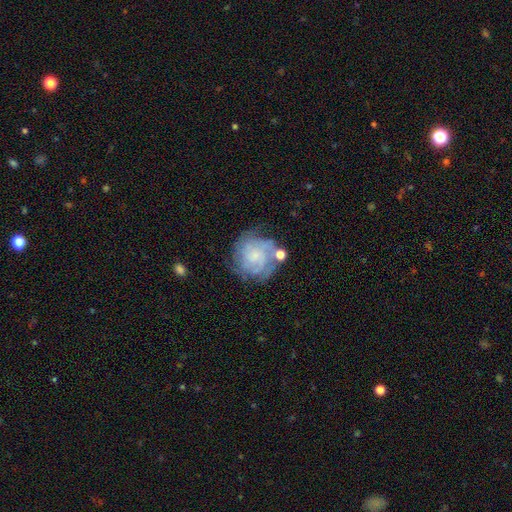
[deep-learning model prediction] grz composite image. It shows a featured or disk galaxy (70%) with no bar (74%), tight (63%) spiral arms (88%) and a small central bulge (56%). Merging: none (60%).